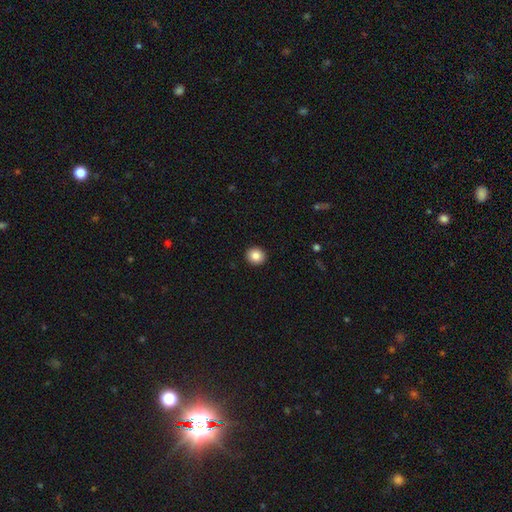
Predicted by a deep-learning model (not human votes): This appears to be a smooth galaxy with no disk features (86%) that is round (87%). Merging: none (93%).